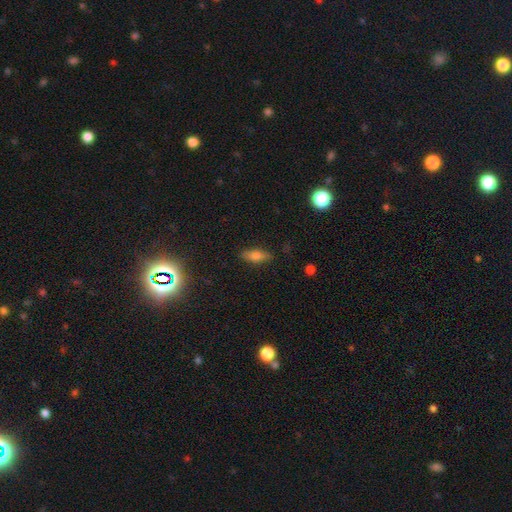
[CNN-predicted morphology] Smooth or featured? Predicted: smooth (p=0.71). How rounded? Predicted: in between (p=0.66). Merging? Predicted: none (p=0.84).